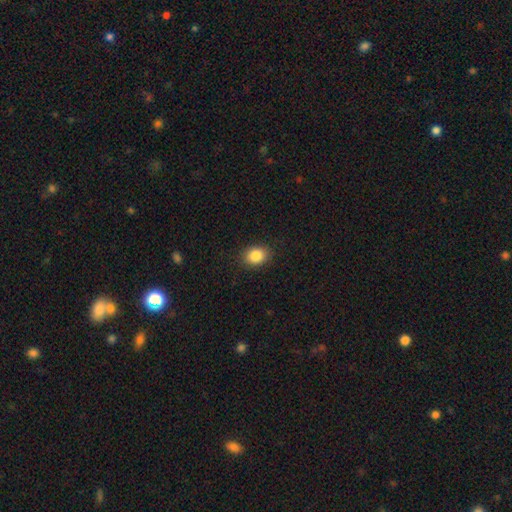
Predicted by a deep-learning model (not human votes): smooth-or-featured: smooth: 86% | star or artifact: 9% | featured or disk: 5%
  how-rounded: in between: 57% | round: 42% | cigar-shaped: 1%
  merging: none: 88% | minor disturbance: 8% | major disturbance: 2% | merger: 1%